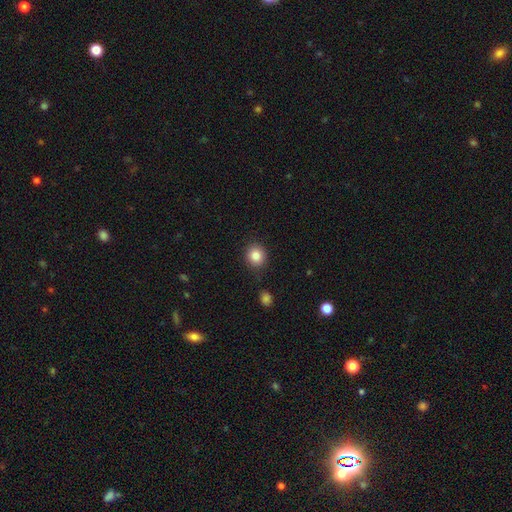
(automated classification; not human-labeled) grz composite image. It shows a smooth galaxy with no disk features (84%) that is round (83%). Merging: none (86%).